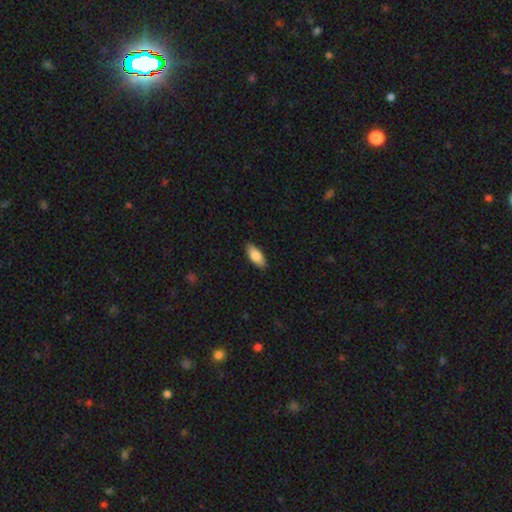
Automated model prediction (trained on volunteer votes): smooth-or-featured: smooth: 83% | featured or disk: 11% | star or artifact: 6%
  how-rounded: in between: 84% | cigar-shaped: 14% | round: 2%
  merging: none: 88% | minor disturbance: 9% | major disturbance: 2% | merger: 1%